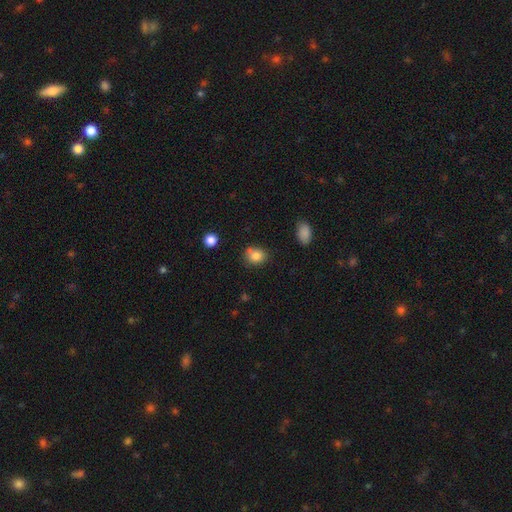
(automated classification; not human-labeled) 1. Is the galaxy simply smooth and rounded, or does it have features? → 82% smooth, 11% star or artifact, 8% featured or disk.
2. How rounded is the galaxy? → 63% round, 36% in between, 1% cigar-shaped.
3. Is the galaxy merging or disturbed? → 65% none, 19% minor disturbance, 12% merger, 4% major disturbance.